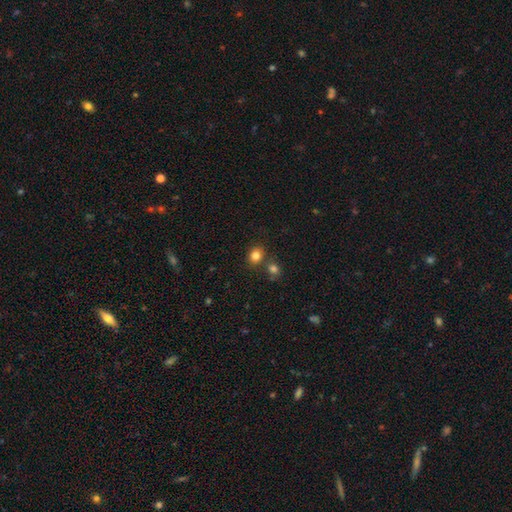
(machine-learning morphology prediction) This is clearly a smooth galaxy (82%). How rounded: likely round (71%). Merging: likely none (72%).